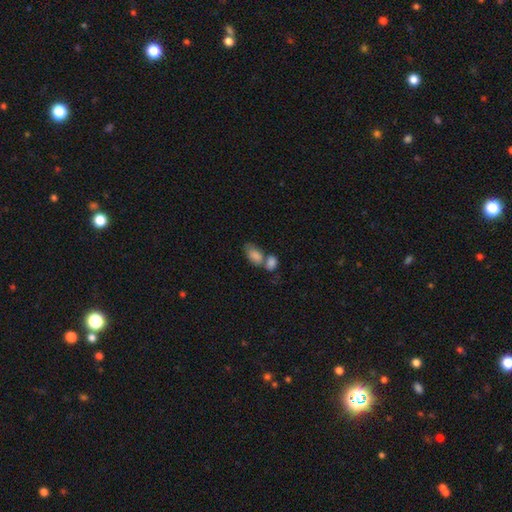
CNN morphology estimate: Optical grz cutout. It shows a smooth galaxy with no disk features (78%) that is in between round and cigar-shaped (89%). Merging: merger (56%).